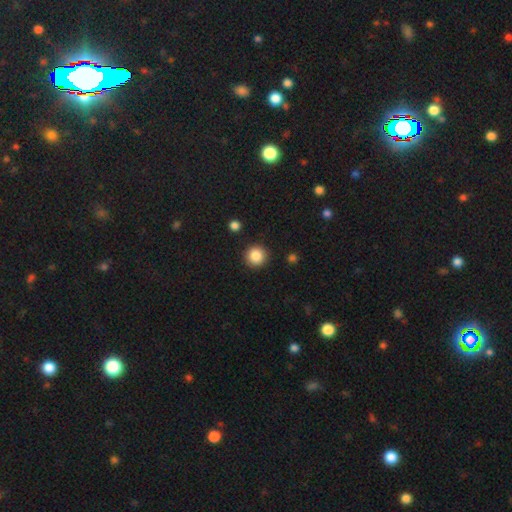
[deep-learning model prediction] The model was most divided on "smooth or featured": smooth: 86%, star or artifact: 10%, featured or disk: 4%. More confident: how rounded — round (94%); merging — none (91%).